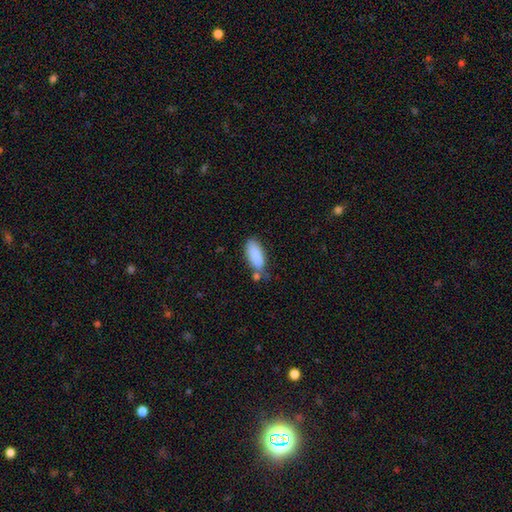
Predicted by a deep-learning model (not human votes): A smooth galaxy with no disk features (88%) that is in between round and cigar-shaped (82%).

Vote fractions:
- Smooth or featured? smooth: 88% / star or artifact: 7% / featured or disk: 6%
- How rounded? in between: 82% / cigar-shaped: 16% / round: 2%
- Merging? none: 57% / minor disturbance: 24% / merger: 12% / major disturbance: 6%